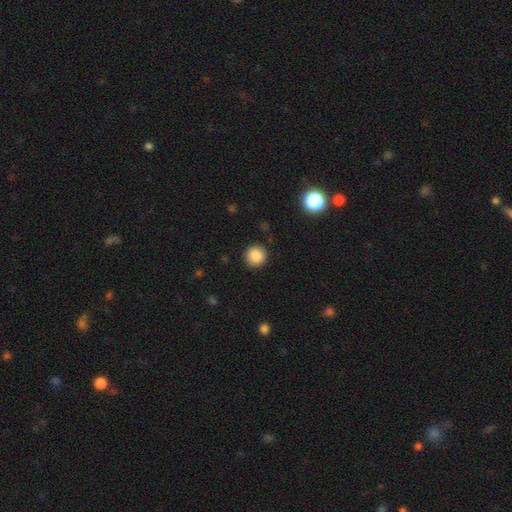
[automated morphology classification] smooth 87%, star or artifact 10%, featured or disk 3%. Down the decision tree: how rounded — round (91%); merging — none (89%).